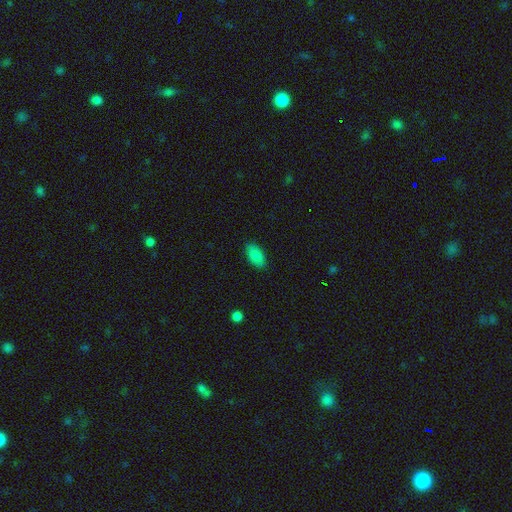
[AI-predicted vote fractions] Smooth or featured? smooth (88%)
How rounded? in between (93%)
Merging? none (87%)